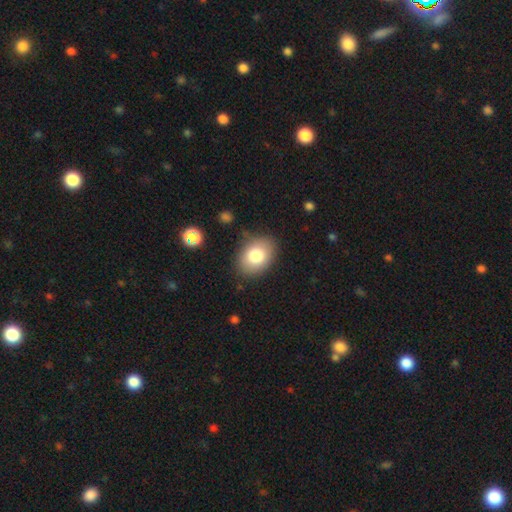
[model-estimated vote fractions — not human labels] This is likely a smooth galaxy (79%). How rounded: likely in between (70%). Merging: clearly none (84%).